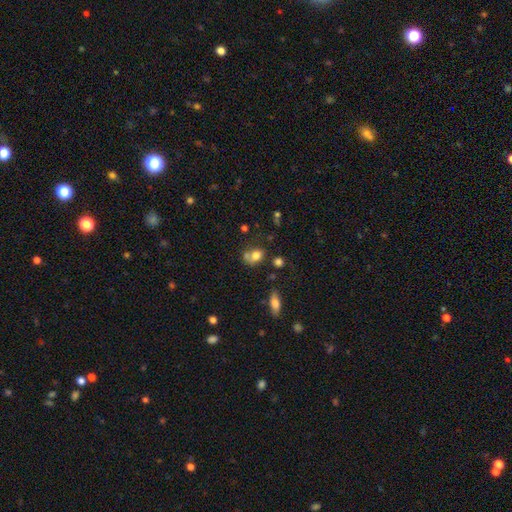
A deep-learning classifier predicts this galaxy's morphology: smooth 75%, featured or disk 13%, star or artifact 12%. Down the decision tree: how rounded — round (50%); merging — none (40%).